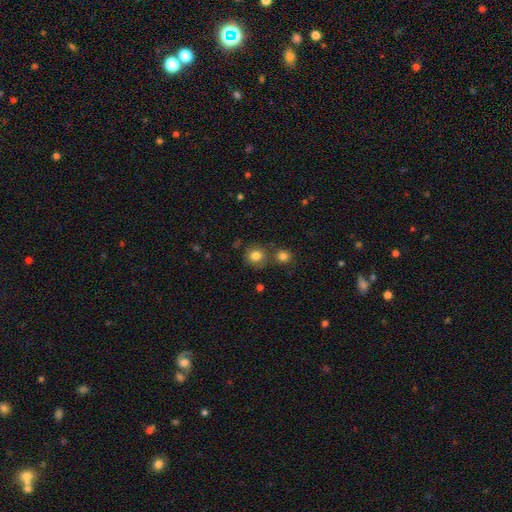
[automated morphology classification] A smooth galaxy with no disk features (82%) that is round (81%). Merging: none (69%).